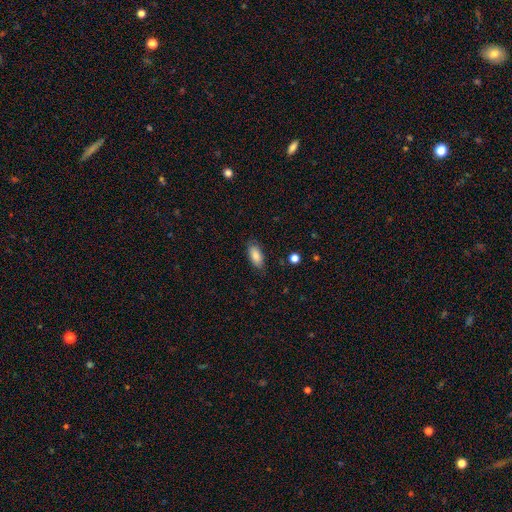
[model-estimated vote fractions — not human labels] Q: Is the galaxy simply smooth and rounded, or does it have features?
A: smooth — 85%.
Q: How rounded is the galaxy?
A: in between — 88%.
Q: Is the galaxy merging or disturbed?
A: none — 84%.